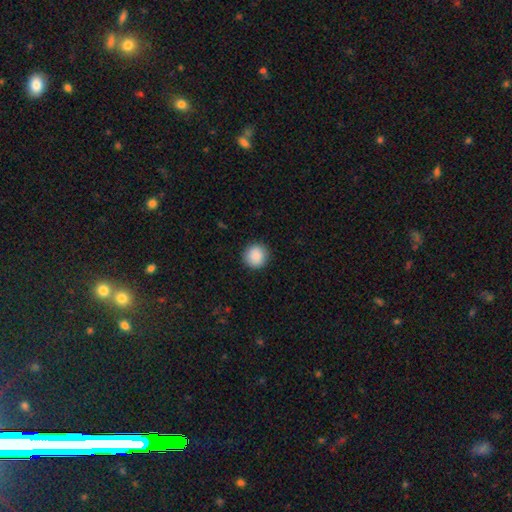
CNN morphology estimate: Smooth or featured: smooth — 90% (star or artifact — 8%)
How rounded: round — 95% (in between — 4%)
Merging: none — 91% (minor disturbance — 6%)